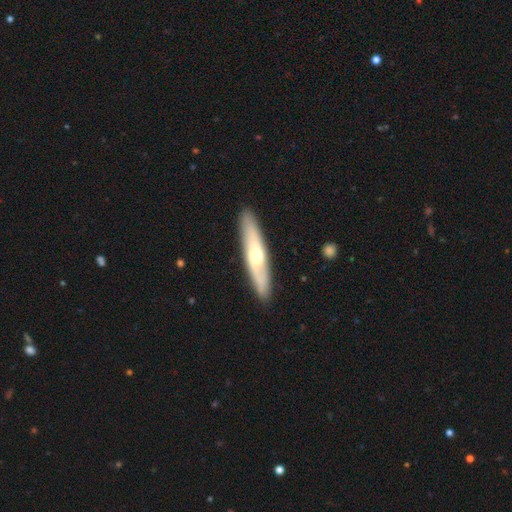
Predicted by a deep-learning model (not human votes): featured or disk 54%, smooth 42%, star or artifact 5%. Down the decision tree: edge-on disk — yes (66%); merging — none (90%).